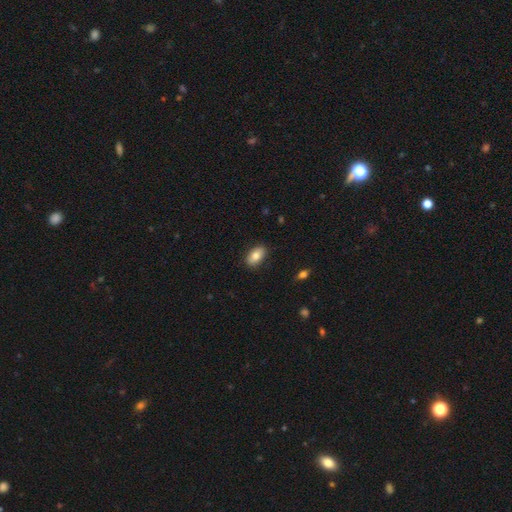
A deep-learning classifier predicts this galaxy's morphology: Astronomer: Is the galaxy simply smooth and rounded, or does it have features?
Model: smooth — 82%.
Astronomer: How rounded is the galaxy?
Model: in between — 92%.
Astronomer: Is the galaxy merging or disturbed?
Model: none — 87%.